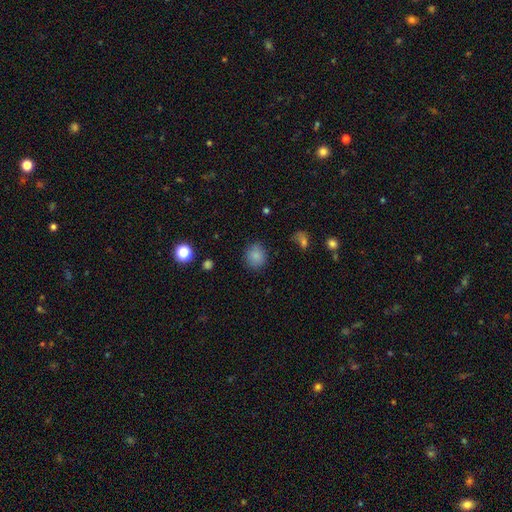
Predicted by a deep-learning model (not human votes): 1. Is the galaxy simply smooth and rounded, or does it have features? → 84% smooth, 11% star or artifact, 5% featured or disk.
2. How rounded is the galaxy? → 79% round, 20% in between, 1% cigar-shaped.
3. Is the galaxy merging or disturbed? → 84% none, 11% minor disturbance, 3% major disturbance, 2% merger.